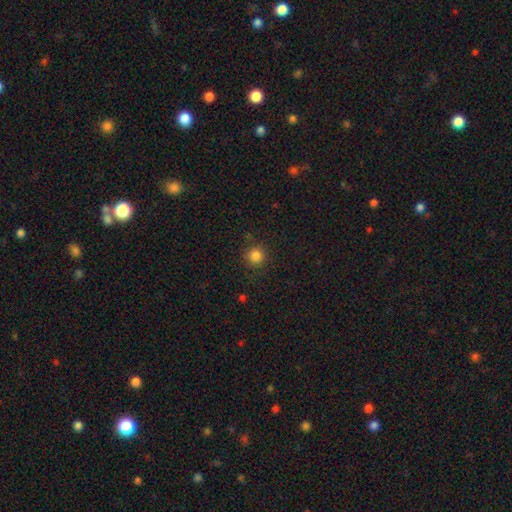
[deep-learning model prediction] A smooth galaxy with no disk features (84%) that is round (94%).

Vote fractions:
- Smooth or featured? smooth: 84% / star or artifact: 12% / featured or disk: 4%
- How rounded? round: 94% / in between: 5% / cigar-shaped: 1%
- Merging? none: 88% / minor disturbance: 8% / major disturbance: 3% / merger: 1%